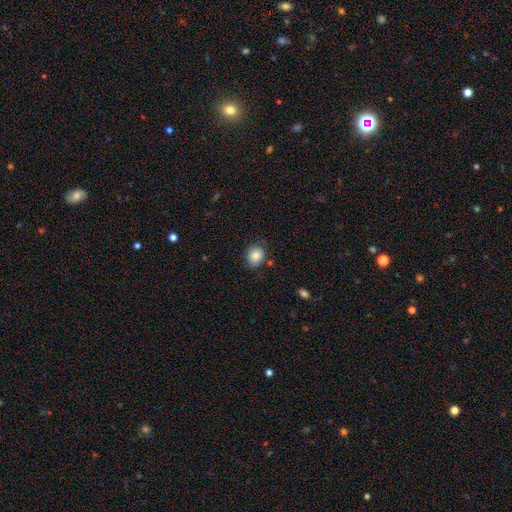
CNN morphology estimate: Smooth or featured?
  - smooth: 83% *
  - star or artifact: 9%
  - featured or disk: 8%
How rounded?
  - round: 58% *
  - in between: 41%
  - cigar-shaped: 1%
Merging?
  - none: 77% *
  - minor disturbance: 16%
  - major disturbance: 4%
  - merger: 3%